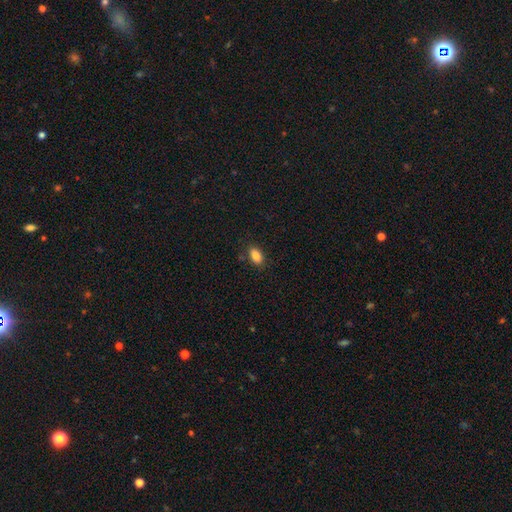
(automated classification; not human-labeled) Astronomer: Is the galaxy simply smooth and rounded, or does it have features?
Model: smooth — 87%.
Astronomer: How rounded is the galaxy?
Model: in between — 90%.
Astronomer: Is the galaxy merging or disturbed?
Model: none — 84%.